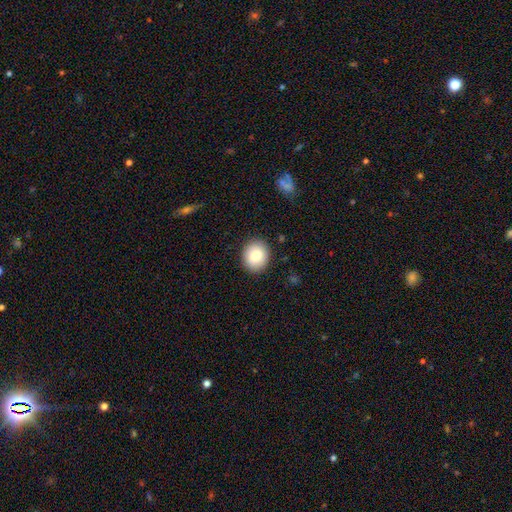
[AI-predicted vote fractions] This appears to be a smooth galaxy with no disk features (81%) that is round (67%). Merging: none (89%).